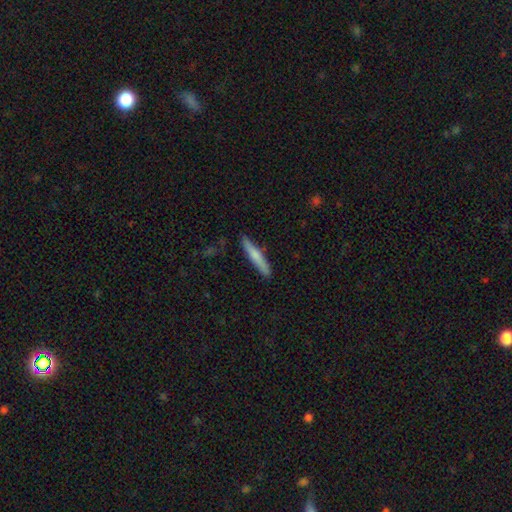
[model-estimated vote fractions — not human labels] This is likely a smooth galaxy (64%). How rounded: clearly cigar-shaped (93%). Merging: clearly none (88%).